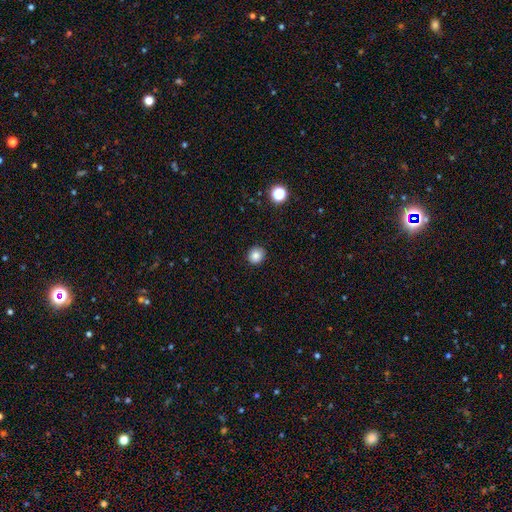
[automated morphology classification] Smooth or featured? Predicted: smooth (p=0.84). How rounded? Predicted: round (p=0.84). Merging? Predicted: none (p=0.90).